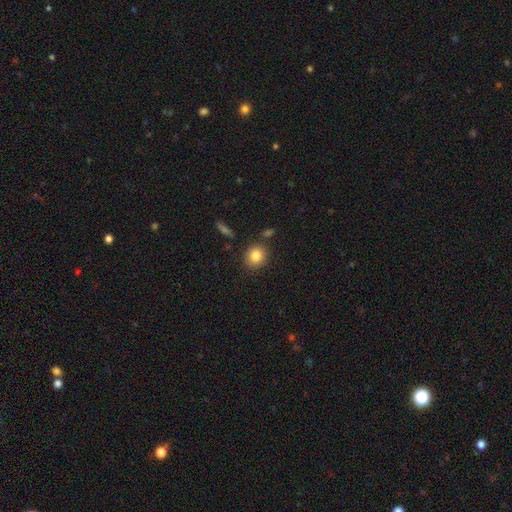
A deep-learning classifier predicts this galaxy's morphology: A smooth galaxy with no disk features (83%) that is round (81%). Merging: none (83%).